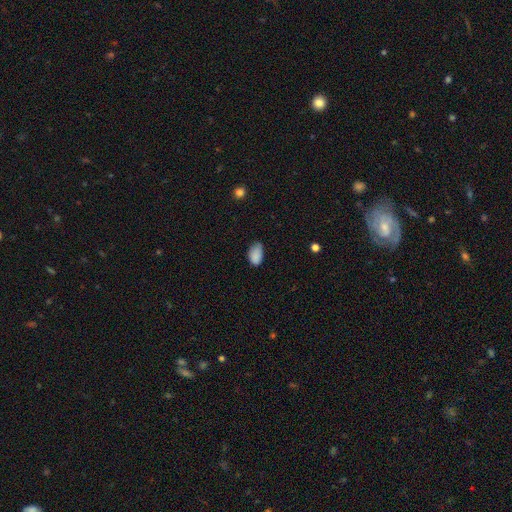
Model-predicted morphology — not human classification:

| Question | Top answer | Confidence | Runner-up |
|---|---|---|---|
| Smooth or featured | smooth | 86% | star or artifact (9%) |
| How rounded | in between | 91% | round (8%) |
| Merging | none | 55% | minor disturbance (36%) |